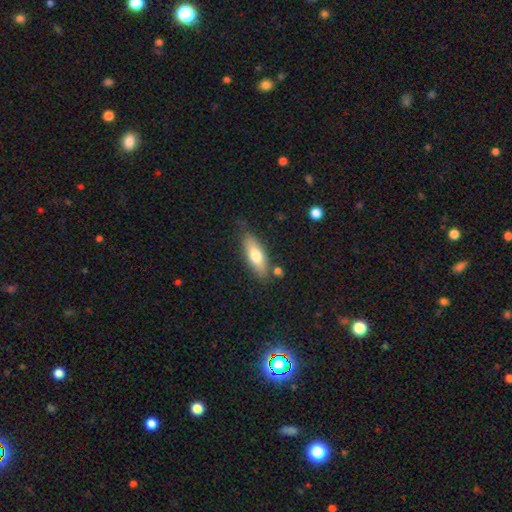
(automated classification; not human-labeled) This appears to be a smooth galaxy with no disk features (68%) that is in between round and cigar-shaped (61%). Merging: none (79%).